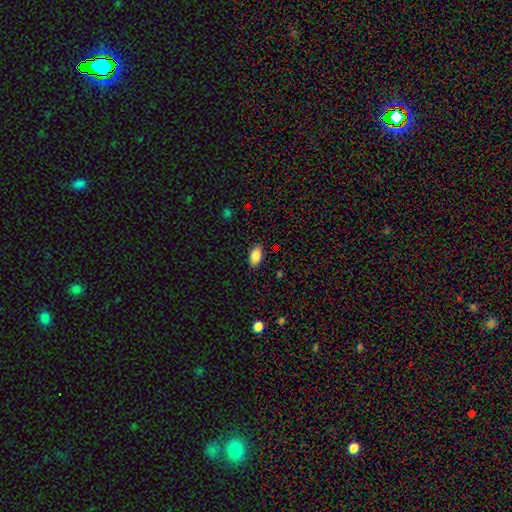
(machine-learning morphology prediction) Overall: smooth (86%). How rounded: in between (92%). Merging: none (87%).